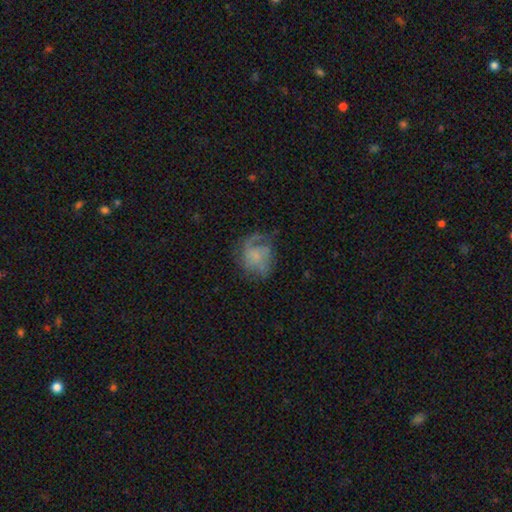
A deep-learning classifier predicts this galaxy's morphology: Q: Smooth or featured?
A: featured or disk (59%); runner-up: smooth (32%)
Q: Edge-on disk?
A: no (98%); runner-up: yes (2%)
Q: Bar?
A: no (73%); runner-up: weak (24%)
Q: Spiral arms?
A: yes (81%); runner-up: no (19%)
Q: Bulge size?
A: none (42%); runner-up: small (36%)
Q: Merging?
A: none (49%); runner-up: major disturbance (27%)